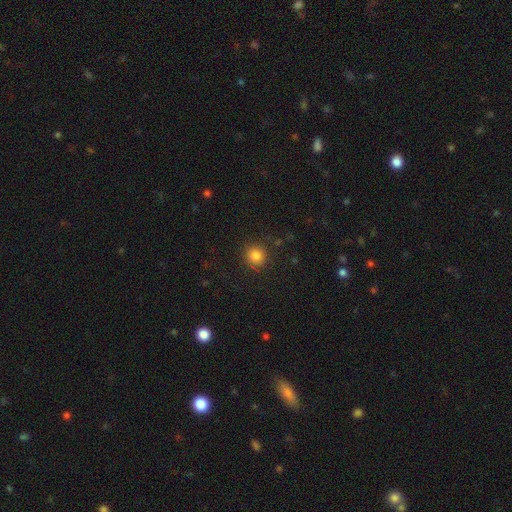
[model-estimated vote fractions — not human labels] smooth 83%, star or artifact 12%, featured or disk 5%. Down the decision tree: how rounded — round (93%); merging — none (89%).